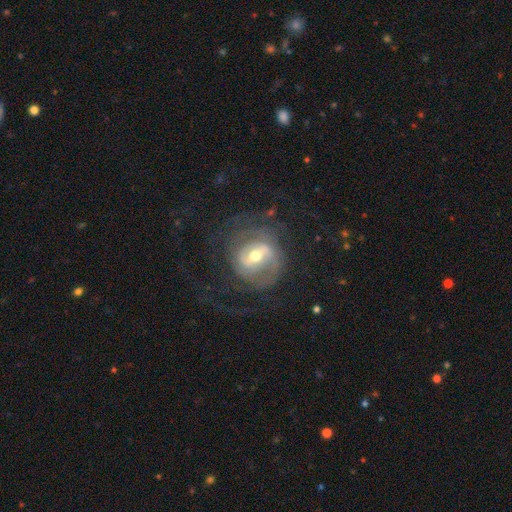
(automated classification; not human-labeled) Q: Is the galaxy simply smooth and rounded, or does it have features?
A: featured or disk — 83%.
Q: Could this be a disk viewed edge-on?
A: no — 96%.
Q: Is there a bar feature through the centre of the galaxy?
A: weak — 46%.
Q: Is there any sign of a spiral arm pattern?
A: yes — 88%.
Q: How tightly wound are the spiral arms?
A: medium — 40%.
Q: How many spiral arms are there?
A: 2 — 56%.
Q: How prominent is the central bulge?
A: moderate — 64%.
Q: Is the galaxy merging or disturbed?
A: none — 63%.